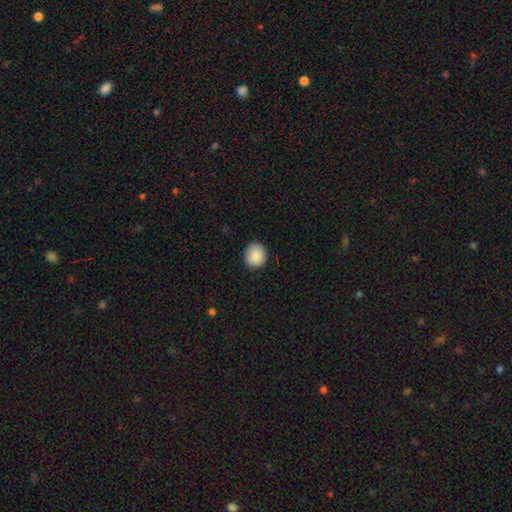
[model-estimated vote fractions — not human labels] smooth 89%, star or artifact 8%, featured or disk 3%. Down the decision tree: how rounded — round (86%); merging — none (89%).